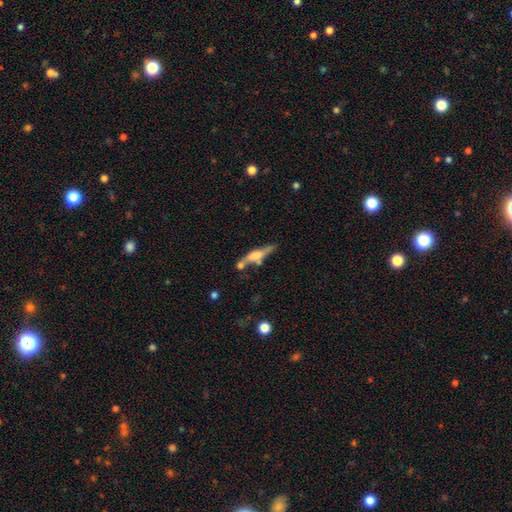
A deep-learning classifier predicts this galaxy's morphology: Smooth or featured? featured or disk (54%)
Edge-on disk? yes (86%)
Merging? none (57%)